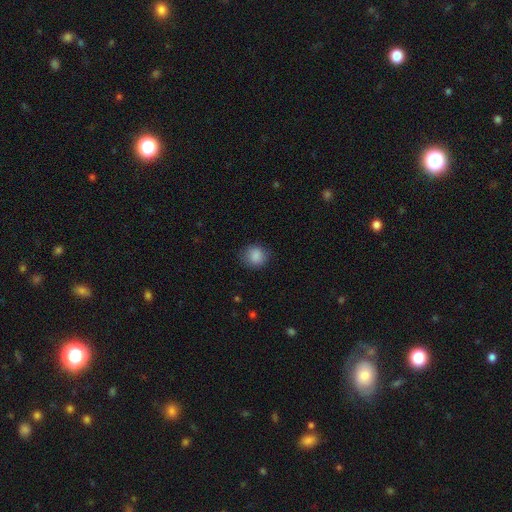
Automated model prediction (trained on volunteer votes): Smooth or featured? smooth (87%)
How rounded? round (81%)
Merging? none (82%)